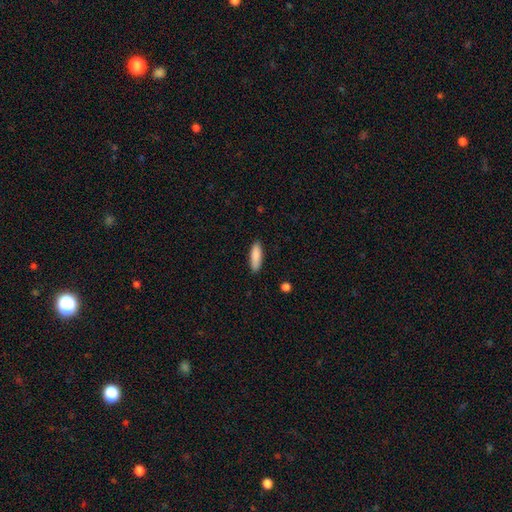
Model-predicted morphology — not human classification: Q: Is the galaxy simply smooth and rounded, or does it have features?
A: smooth — 88%.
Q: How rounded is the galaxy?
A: cigar-shaped — 50%.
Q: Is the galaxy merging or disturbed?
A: none — 87%.